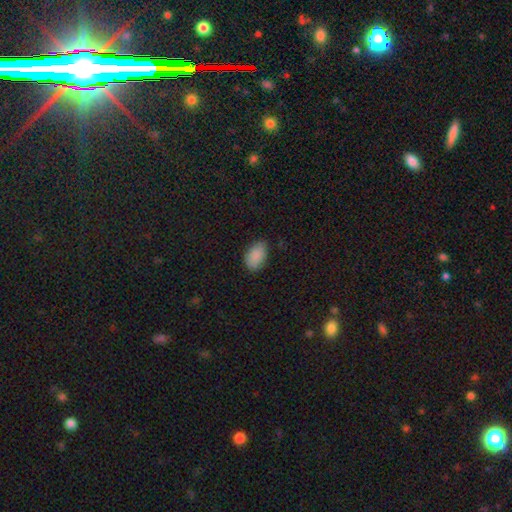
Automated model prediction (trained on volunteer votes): smooth 88%, star or artifact 7%, featured or disk 4%. Down the decision tree: how rounded — in between (91%); merging — none (74%).